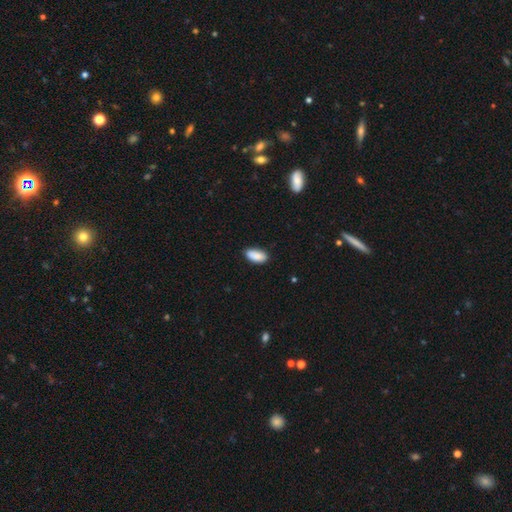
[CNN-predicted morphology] This appears to be a smooth galaxy with no disk features (90%) that is in between round and cigar-shaped (92%). Merging: none (81%).